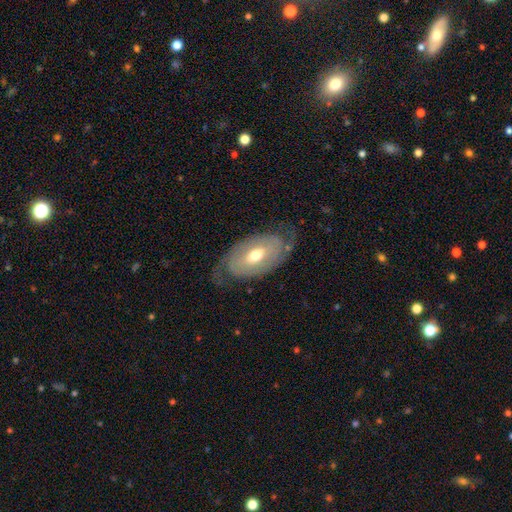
smooth_or_featured: featured or disk (p=0.68) [alt: smooth p=0.26]
disk_edge_on: no (p=0.96) [alt: yes p=0.04]
bar: no (p=0.56) [alt: weak p=0.36]
has_spiral_arms: yes (p=0.84) [alt: no p=0.16]
spiral_winding: tight (p=0.71) [alt: medium p=0.19]
spiral_arm_count: 2 (p=0.86) [alt: can't tell p=0.10]
bulge_size: moderate (p=0.60) [alt: small p=0.24]
merging: none (p=0.78) [alt: major disturbance p=0.14]